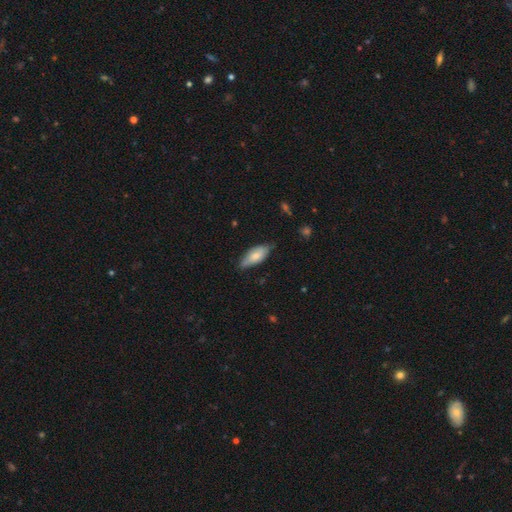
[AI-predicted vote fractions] smooth_or_featured: smooth (p=0.66) [alt: featured or disk p=0.28]
how_rounded: in between (p=0.83) [alt: cigar-shaped p=0.15]
merging: none (p=0.65) [alt: minor disturbance p=0.29]